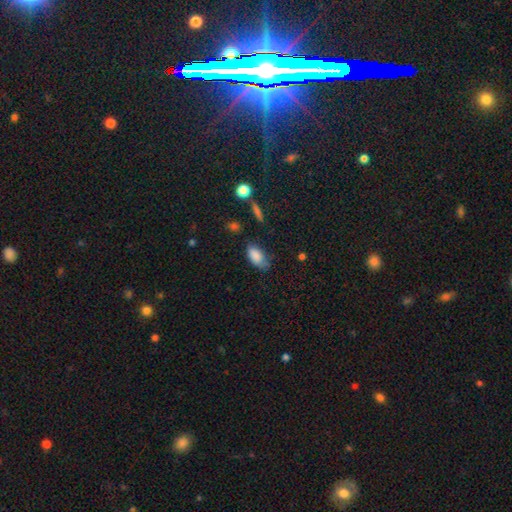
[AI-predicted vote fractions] The model was most divided on "merging": none: 57%, minor disturbance: 32%, major disturbance: 8%, merger: 3%. More confident: how rounded — in between (92%); smooth or featured — smooth (85%).